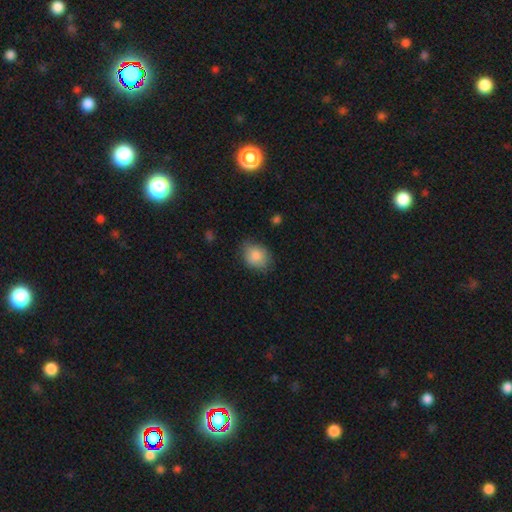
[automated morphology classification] The model was most divided on "how rounded": round: 51%, in between: 48%, cigar-shaped: 1%. More confident: smooth or featured — smooth (85%); merging — none (71%).